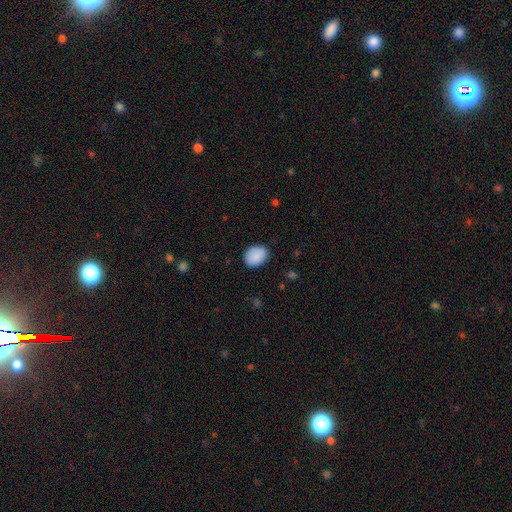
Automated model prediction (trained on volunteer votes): Smooth or featured?
  - smooth: 89% *
  - star or artifact: 7%
  - featured or disk: 4%
How rounded?
  - in between: 59% *
  - round: 40%
  - cigar-shaped: 1%
Merging?
  - none: 85% *
  - minor disturbance: 12%
  - major disturbance: 2%
  - merger: 1%